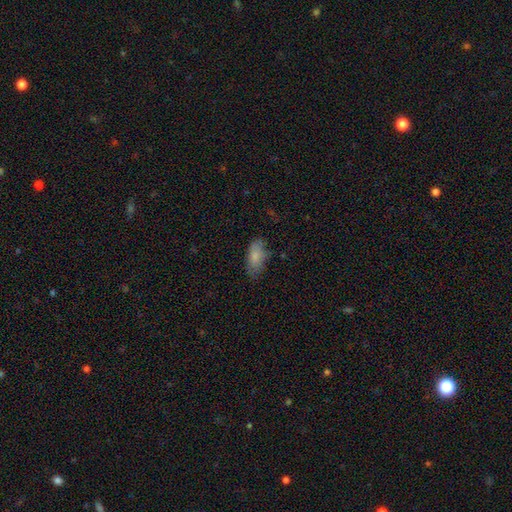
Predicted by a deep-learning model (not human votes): smooth_or_featured: smooth (p=0.82) [alt: featured or disk p=0.11]
how_rounded: in between (p=0.89) [alt: cigar-shaped p=0.08]
merging: none (p=0.65) [alt: minor disturbance p=0.26]